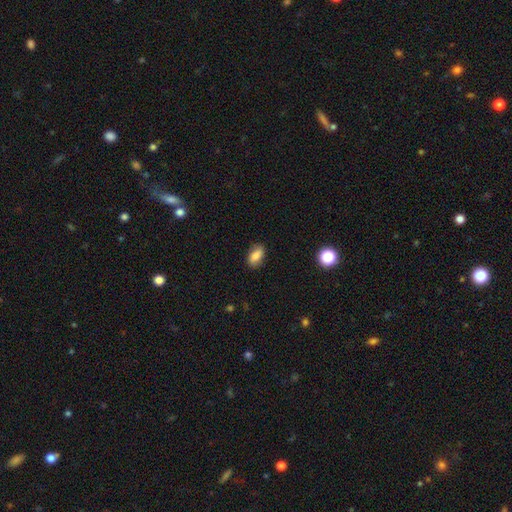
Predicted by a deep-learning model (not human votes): This is clearly a smooth galaxy (83%). How rounded: clearly in between (90%). Merging: clearly none (84%).